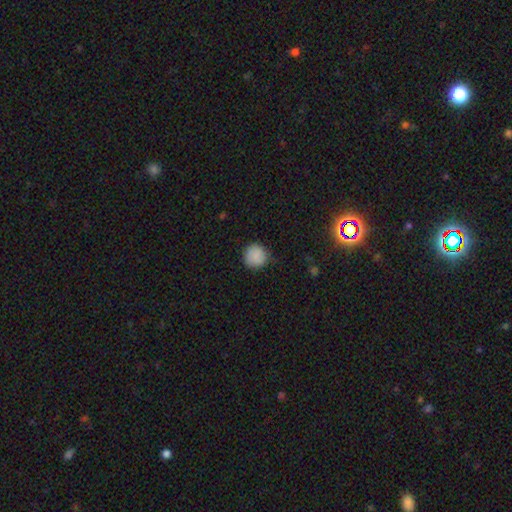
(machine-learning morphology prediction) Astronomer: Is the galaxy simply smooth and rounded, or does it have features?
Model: smooth — 87%.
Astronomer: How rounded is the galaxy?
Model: round — 92%.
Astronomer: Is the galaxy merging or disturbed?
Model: none — 82%.